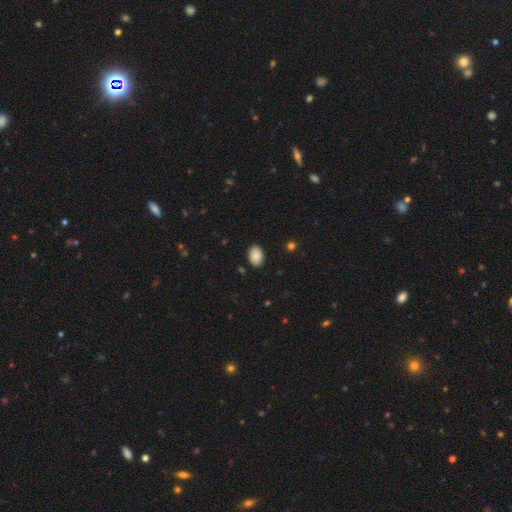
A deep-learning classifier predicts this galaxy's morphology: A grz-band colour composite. It shows a smooth galaxy with no disk features (89%) that is in between round and cigar-shaped (85%). Merging: none (88%).